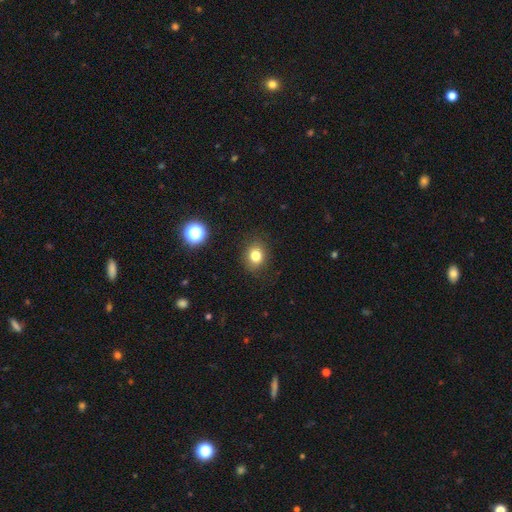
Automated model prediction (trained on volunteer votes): A smooth galaxy with no disk features (80%) that is round (59%). Merging: none (86%).